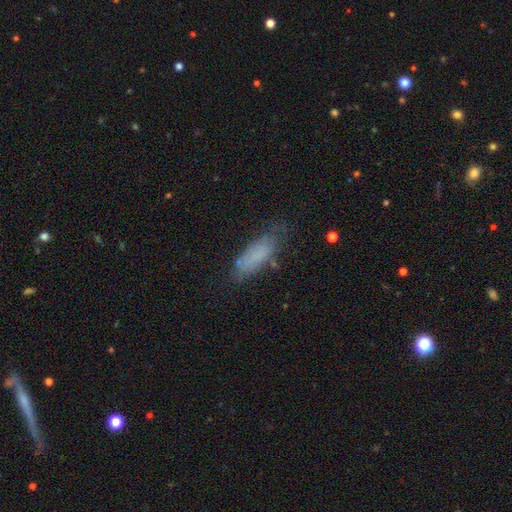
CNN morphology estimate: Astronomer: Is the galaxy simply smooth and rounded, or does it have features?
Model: smooth — 71%.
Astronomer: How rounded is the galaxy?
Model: in between — 59% (runner-up: cigar-shaped, 39%).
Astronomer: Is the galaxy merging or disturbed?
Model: none — 60%.